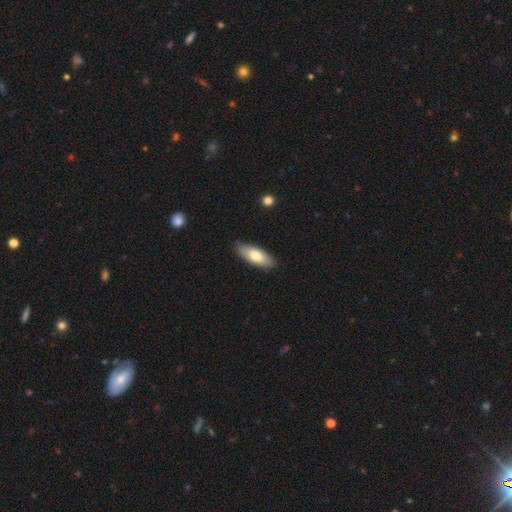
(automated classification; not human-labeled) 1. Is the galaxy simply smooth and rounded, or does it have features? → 73% smooth, 22% featured or disk, 5% star or artifact.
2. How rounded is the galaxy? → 74% in between, 24% cigar-shaped, 2% round.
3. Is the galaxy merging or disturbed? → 85% none, 11% minor disturbance, 2% major disturbance, 1% merger.